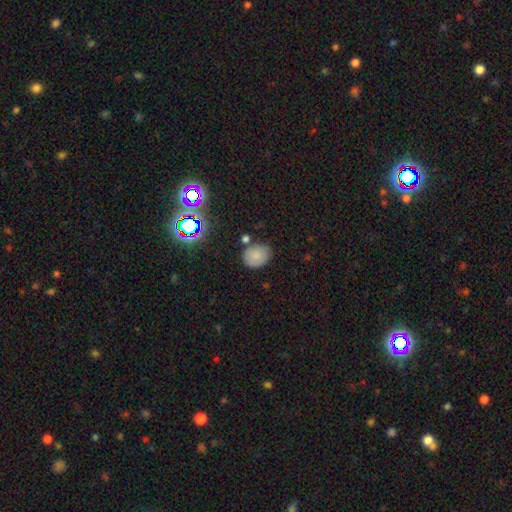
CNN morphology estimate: Smooth or featured? smooth (79%)
How rounded? round (59%)
Merging? none (75%)